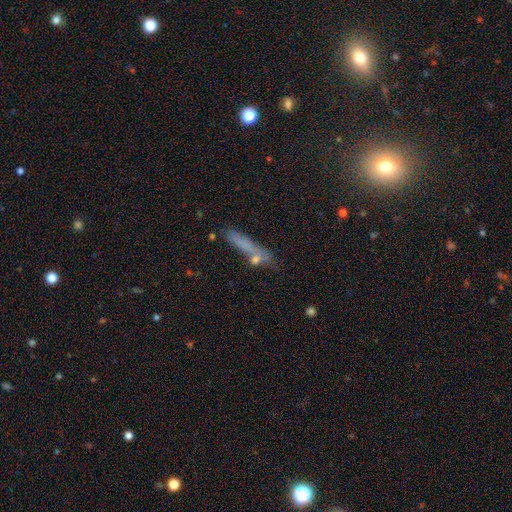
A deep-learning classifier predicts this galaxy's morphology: Smooth or featured?
  - smooth: 65% *
  - featured or disk: 24%
  - star or artifact: 11%
How rounded?
  - cigar-shaped: 76% *
  - in between: 18%
  - round: 7%
Merging?
  - none: 55% *
  - merger: 18%
  - minor disturbance: 18%
  - major disturbance: 9%